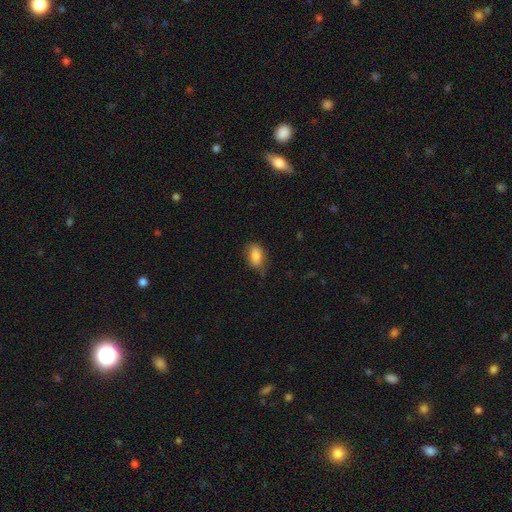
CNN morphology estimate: Smooth or featured?
  - smooth: 83% *
  - featured or disk: 9%
  - star or artifact: 8%
How rounded?
  - in between: 89% *
  - round: 8%
  - cigar-shaped: 3%
Merging?
  - none: 66% *
  - minor disturbance: 26%
  - major disturbance: 7%
  - merger: 1%